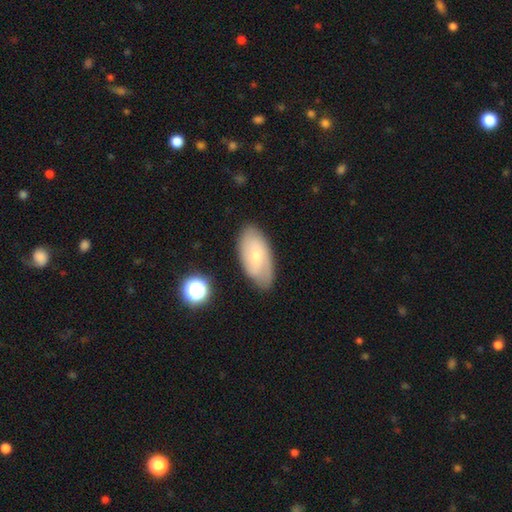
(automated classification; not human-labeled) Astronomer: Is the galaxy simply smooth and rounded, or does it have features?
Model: smooth — 49% (runner-up: featured or disk, 43%).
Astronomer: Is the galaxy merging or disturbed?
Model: none — 79%.